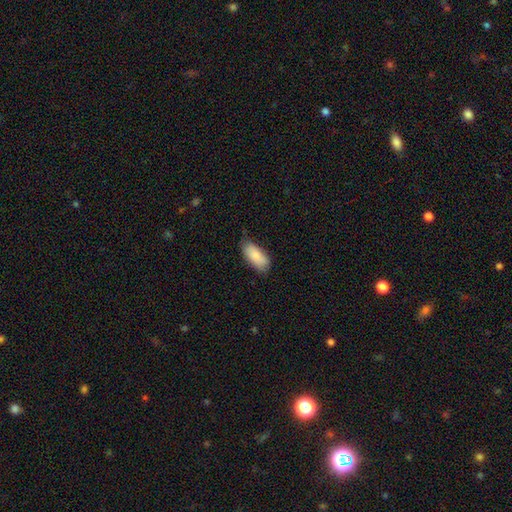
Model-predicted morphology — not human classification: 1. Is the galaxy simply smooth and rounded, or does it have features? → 87% smooth, 7% featured or disk, 6% star or artifact.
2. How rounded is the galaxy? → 87% in between, 11% cigar-shaped, 2% round.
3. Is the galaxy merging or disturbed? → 71% none, 24% minor disturbance, 4% major disturbance, 1% merger.